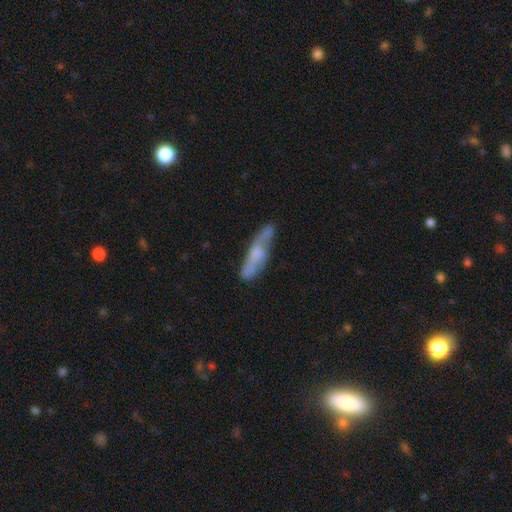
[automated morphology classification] smooth_or_featured: featured or disk (p=0.49) [alt: smooth p=0.44]
merging: none (p=0.62) [alt: minor disturbance p=0.25]